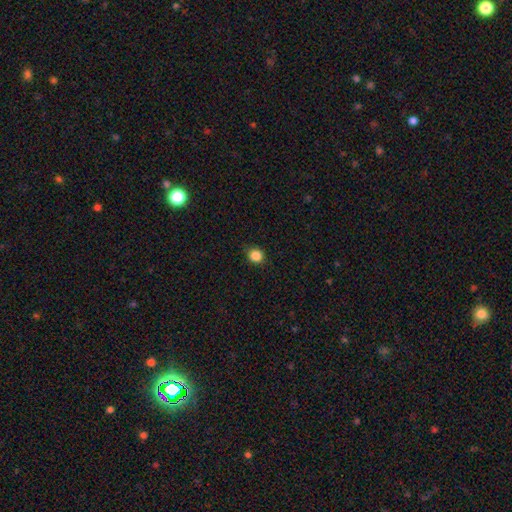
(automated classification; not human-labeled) Smooth or featured? smooth (86%)
How rounded? round (85%)
Merging? none (87%)